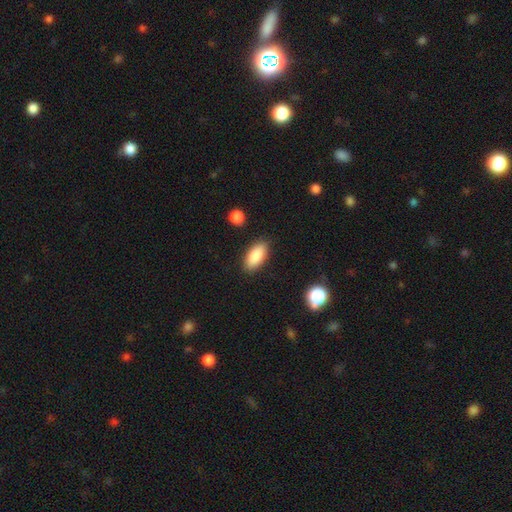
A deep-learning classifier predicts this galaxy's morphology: This is clearly a smooth galaxy (86%). How rounded: clearly in between (87%). Merging: clearly none (87%).